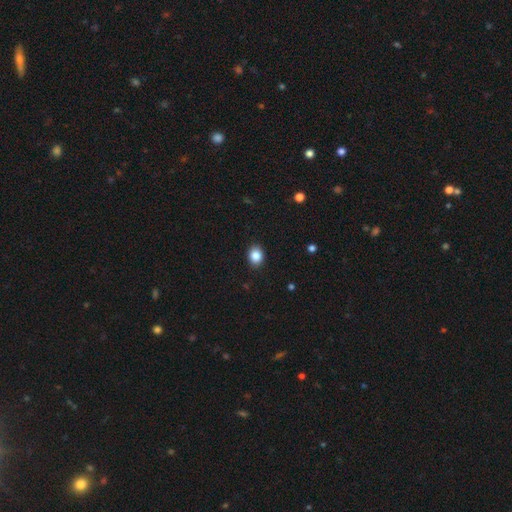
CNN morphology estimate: Q: Smooth or featured?
A: smooth (86%); runner-up: star or artifact (9%)
Q: How rounded?
A: in between (51%); runner-up: round (48%)
Q: Merging?
A: none (89%); runner-up: minor disturbance (8%)